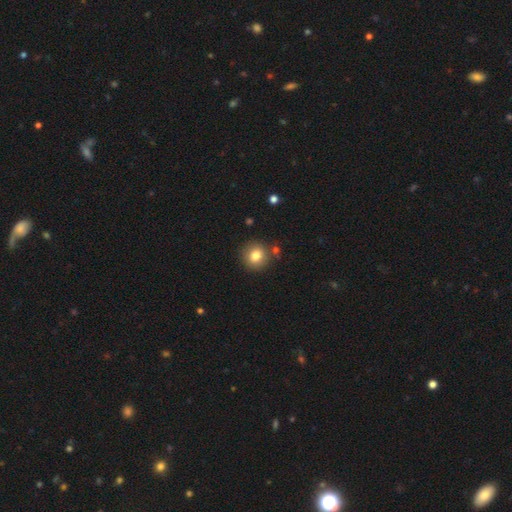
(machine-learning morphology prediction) A smooth galaxy with no disk features (81%) that is round (89%).

Vote fractions:
- Smooth or featured? smooth: 81% / star or artifact: 11% / featured or disk: 9%
- How rounded? round: 89% / in between: 11% / cigar-shaped: 1%
- Merging? none: 84% / minor disturbance: 8% / merger: 5% / major disturbance: 2%